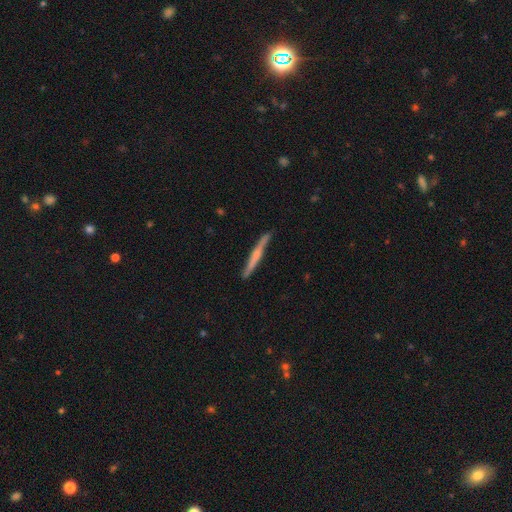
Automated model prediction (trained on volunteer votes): This is likely a featured or disk galaxy (60%). It is clearly viewed edge-on (96%). Edge-on bulge: possibly rounded (45%). Merging: clearly none (85%).